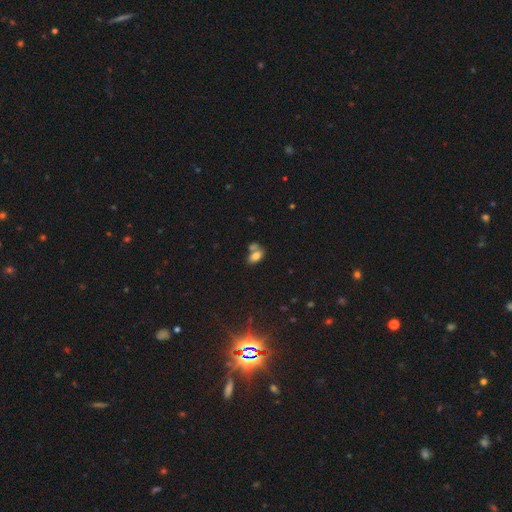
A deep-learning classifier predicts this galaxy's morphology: type=smooth (78%); roundness=in between (89%); merging=merger (44%).